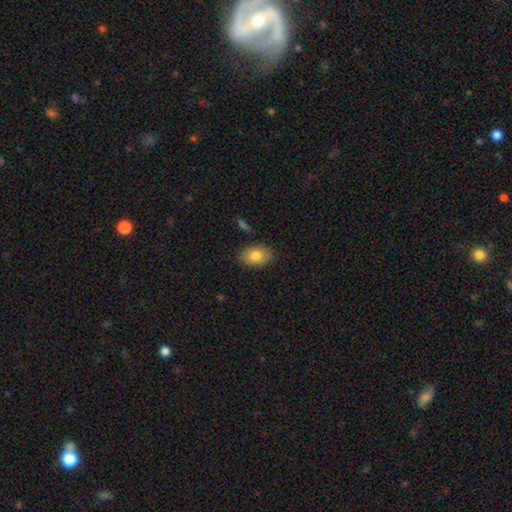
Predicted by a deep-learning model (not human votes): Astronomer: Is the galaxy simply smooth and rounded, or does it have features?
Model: smooth — 81%.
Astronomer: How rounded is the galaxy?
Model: in between — 83%.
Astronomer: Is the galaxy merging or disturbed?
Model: none — 84%.